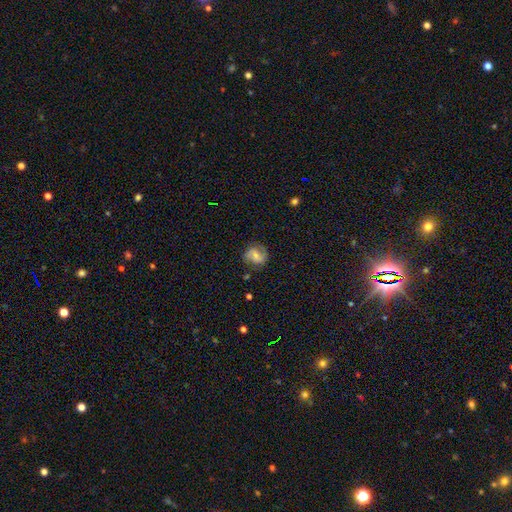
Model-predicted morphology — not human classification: smooth_or_featured: featured or disk (p=0.63) [alt: smooth p=0.29]
disk_edge_on: no (p=0.98) [alt: yes p=0.02]
bar: weak (p=0.45) [alt: no p=0.38]
has_spiral_arms: yes (p=0.91) [alt: no p=0.09]
spiral_winding: medium (p=0.48) [alt: loose p=0.27]
spiral_arm_count: 2 (p=0.87) [alt: can't tell p=0.07]
bulge_size: small (p=0.49) [alt: moderate p=0.38]
merging: none (p=0.77) [alt: minor disturbance p=0.16]